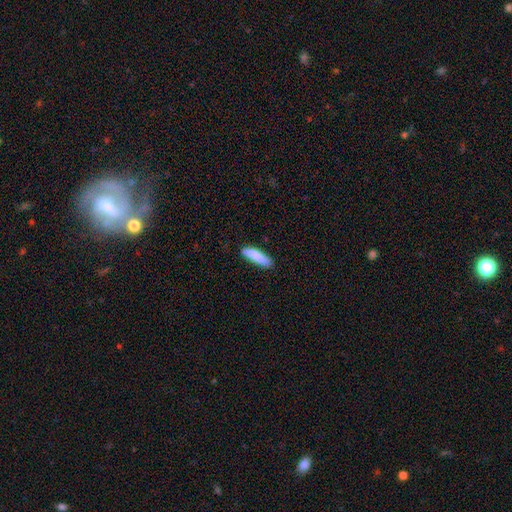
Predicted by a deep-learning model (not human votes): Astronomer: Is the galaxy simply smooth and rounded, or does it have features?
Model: smooth — 86%.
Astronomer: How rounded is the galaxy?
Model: cigar-shaped — 71%.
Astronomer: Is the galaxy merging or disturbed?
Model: none — 81%.